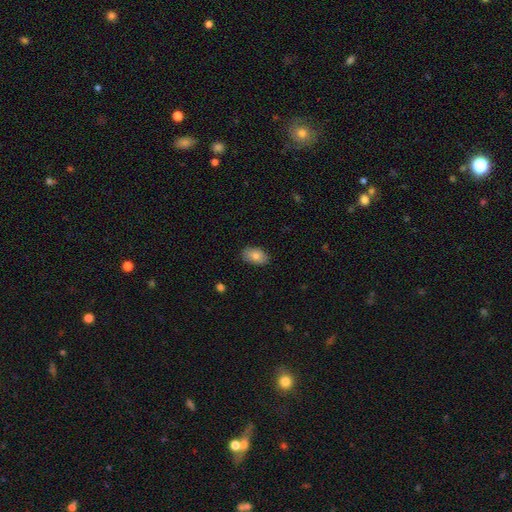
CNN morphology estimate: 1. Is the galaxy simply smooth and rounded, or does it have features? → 79% smooth, 14% featured or disk, 7% star or artifact.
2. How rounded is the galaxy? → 91% in between, 8% round, 1% cigar-shaped.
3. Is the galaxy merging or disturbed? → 85% none, 12% minor disturbance, 2% major disturbance, 1% merger.